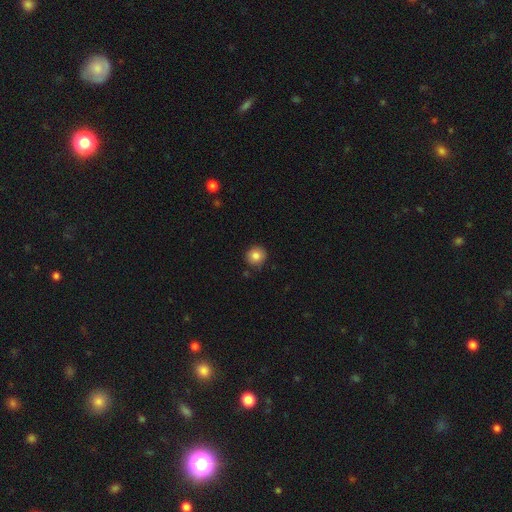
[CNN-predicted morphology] Smooth or featured?
  - smooth: 84% *
  - star or artifact: 10%
  - featured or disk: 7%
How rounded?
  - round: 93% *
  - in between: 6%
  - cigar-shaped: 1%
Merging?
  - none: 87% *
  - minor disturbance: 10%
  - major disturbance: 2%
  - merger: 2%